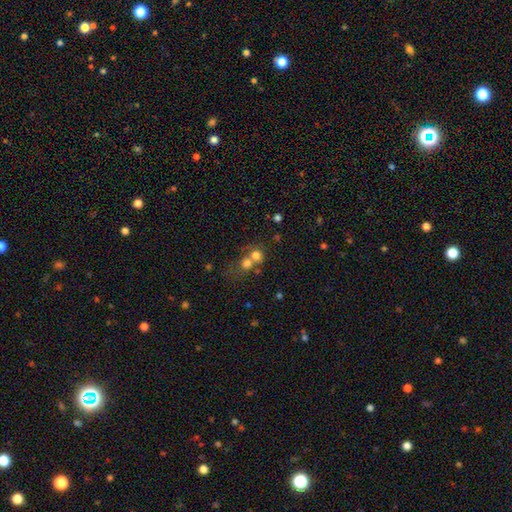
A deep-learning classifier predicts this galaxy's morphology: smooth 70%, featured or disk 16%, star or artifact 14%. Down the decision tree: how rounded — round (75%); merging — merger (62%).